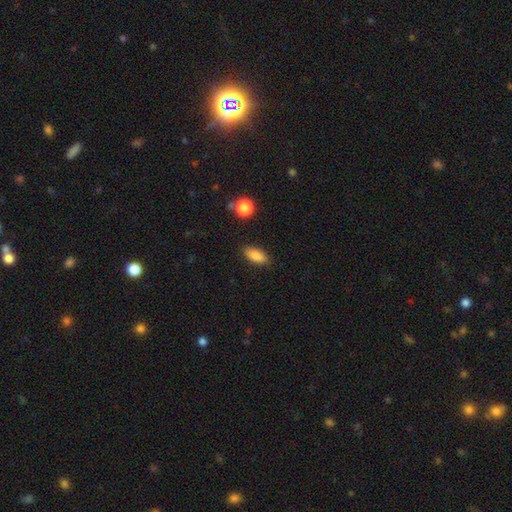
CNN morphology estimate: Smooth or featured?
  - smooth: 87% *
  - star or artifact: 8%
  - featured or disk: 5%
How rounded?
  - in between: 85% *
  - cigar-shaped: 11%
  - round: 3%
Merging?
  - none: 86% *
  - minor disturbance: 10%
  - major disturbance: 2%
  - merger: 2%